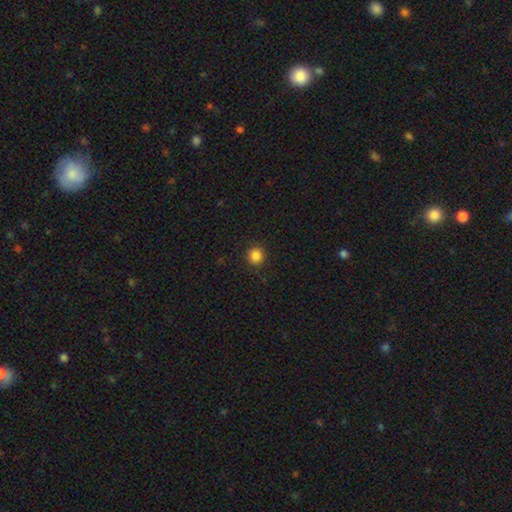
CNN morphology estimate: smooth 86%, star or artifact 11%, featured or disk 3%. Down the decision tree: how rounded — round (93%); merging — none (91%).